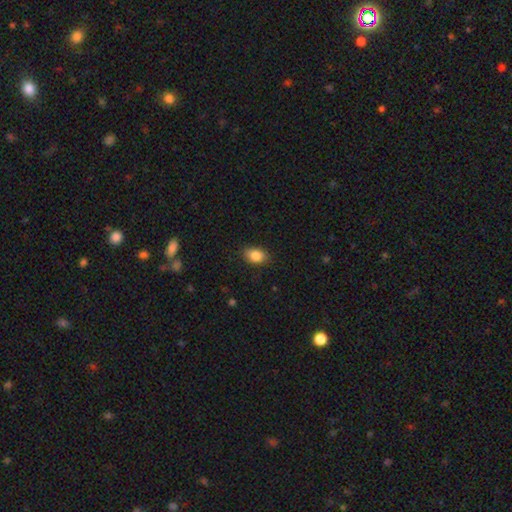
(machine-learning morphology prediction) A smooth galaxy with no disk features (85%) that is in between round and cigar-shaped (77%). Merging: none (84%).